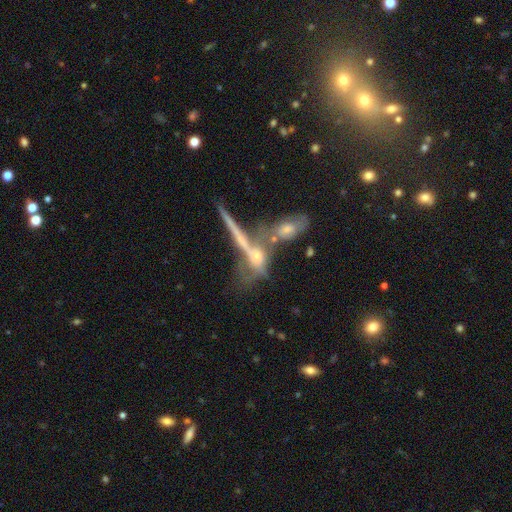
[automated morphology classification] Overall: featured or disk (57%; smooth 30%). Edge-on disk: yes (63%; no 37%). Merging: merger (46%; none 31%).